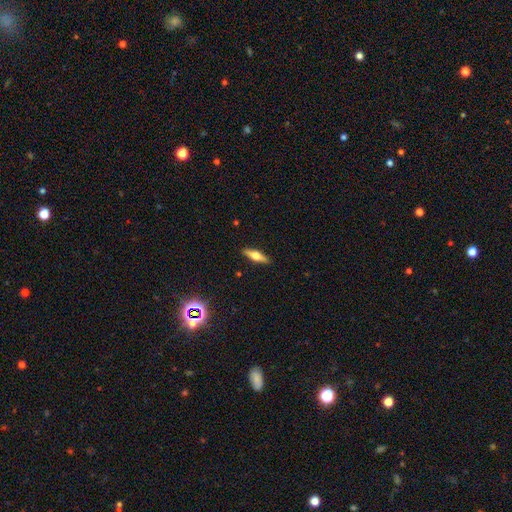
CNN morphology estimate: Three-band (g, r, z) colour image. It shows a featured or disk galaxy (53%) viewed edge-on (93%). Merging: none (90%).